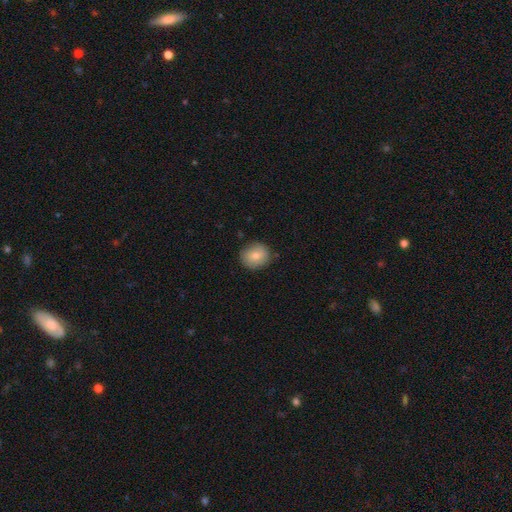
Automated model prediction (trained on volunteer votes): smooth-or-featured: smooth: 78% | featured or disk: 14% | star or artifact: 8%
  how-rounded: round: 78% | in between: 21% | cigar-shaped: 1%
  merging: none: 84% | minor disturbance: 12% | major disturbance: 2% | merger: 1%